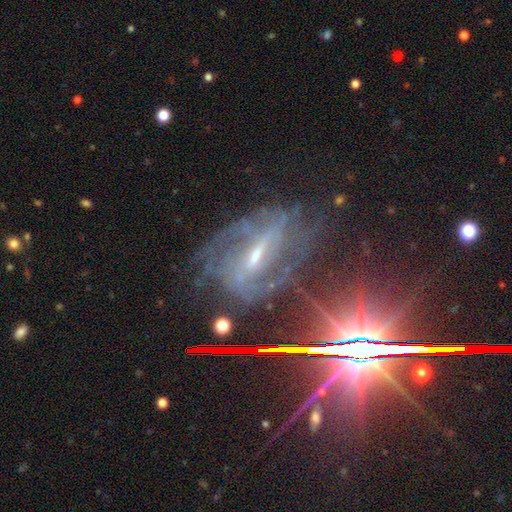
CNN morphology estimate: Smooth or featured? featured or disk (78%)
Edge-on disk? no (90%)
Bar? strong (58%)
Spiral arms? yes (89%)
Spiral winding? medium (41%)
Spiral arm count? 2 (42%)
Bulge size? small (52%)
Merging? none (58%)